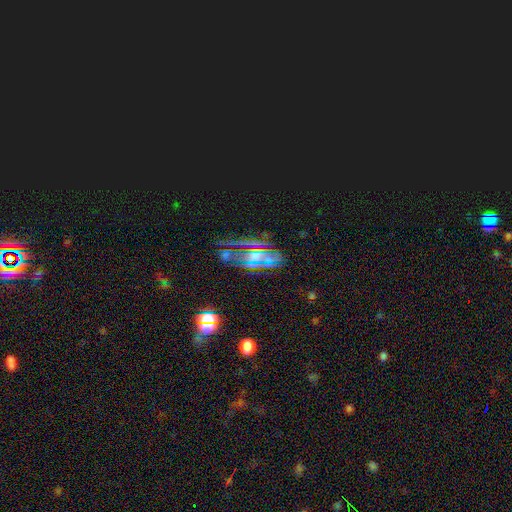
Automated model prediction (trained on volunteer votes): Smooth or featured: featured or disk — 44% (star or artifact — 33%)
Merging: none — 60% (minor disturbance — 19%)